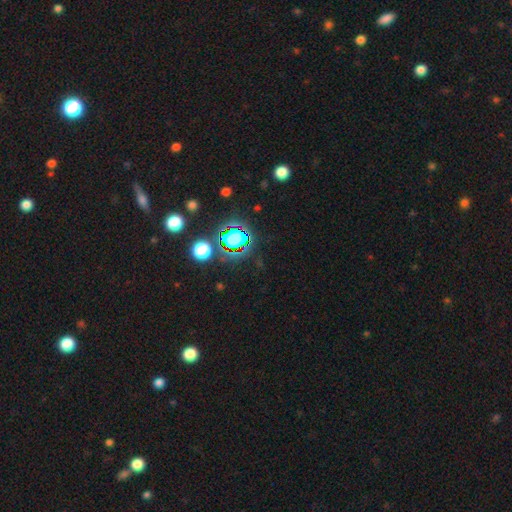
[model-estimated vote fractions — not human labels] Smooth or featured? star or artifact (80%)